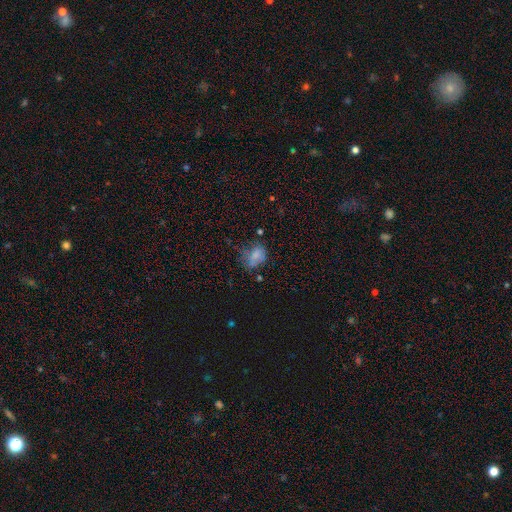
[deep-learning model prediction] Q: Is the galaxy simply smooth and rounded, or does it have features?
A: smooth — 67%.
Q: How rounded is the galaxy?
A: in between — 65%.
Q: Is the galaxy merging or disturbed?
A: none — 44%.